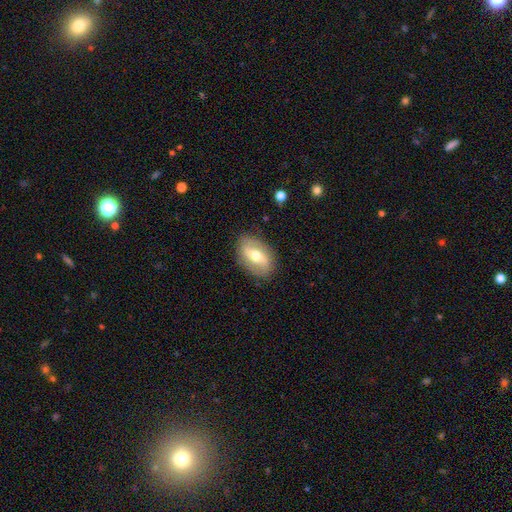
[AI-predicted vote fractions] This is possibly a featured or disk galaxy (53%). It is clearly not viewed edge-on (87%). Merging: clearly none (84%).